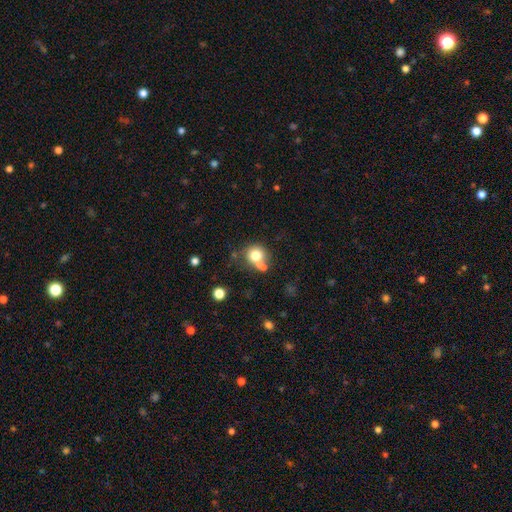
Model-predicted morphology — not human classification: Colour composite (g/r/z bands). It shows a smooth galaxy with no disk features (75%) that is round (84%). Merging: none (52%).